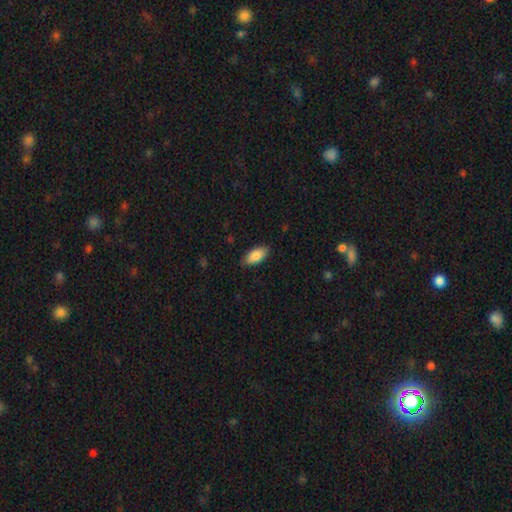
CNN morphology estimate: A smooth galaxy with no disk features (87%) that is in between round and cigar-shaped (90%).

Vote fractions:
- Smooth or featured? smooth: 87% / featured or disk: 7% / star or artifact: 6%
- How rounded? in between: 90% / cigar-shaped: 9% / round: 2%
- Merging? none: 85% / minor disturbance: 12% / major disturbance: 2% / merger: 1%